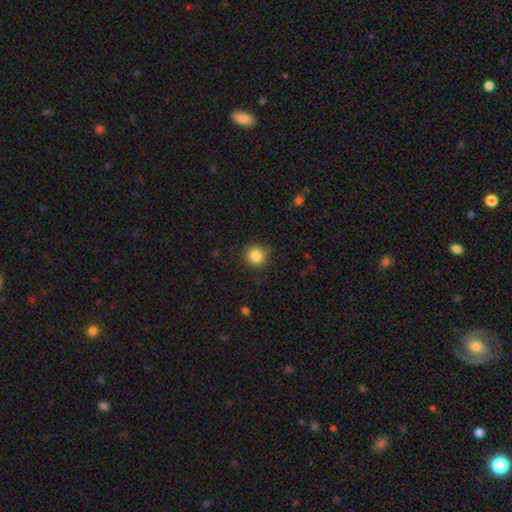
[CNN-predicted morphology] Smooth or featured: smooth — 86% (star or artifact — 10%)
How rounded: round — 94% (in between — 5%)
Merging: none — 86% (minor disturbance — 10%)